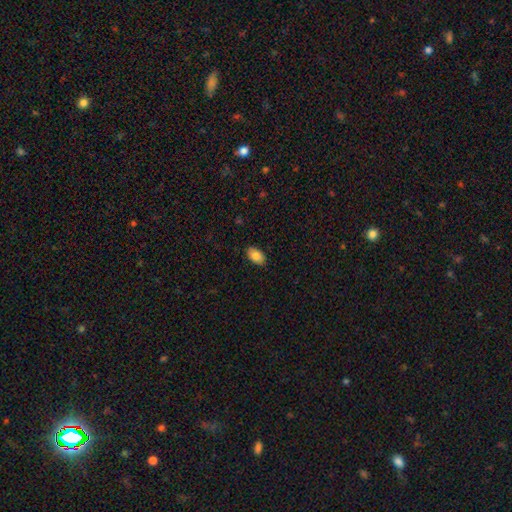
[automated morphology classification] This appears to be a smooth galaxy with no disk features (85%) that is in between round and cigar-shaped (93%). Merging: none (88%).